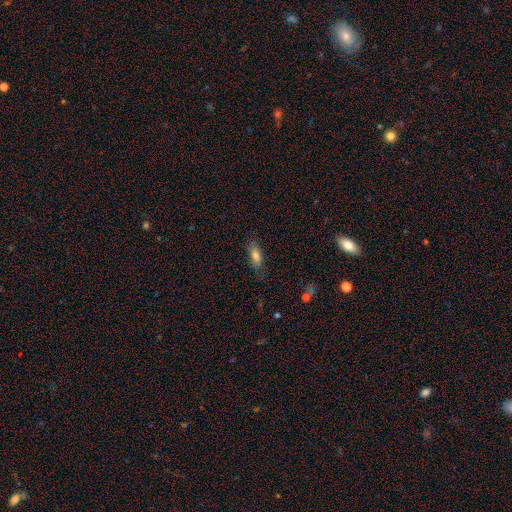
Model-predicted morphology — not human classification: This appears to be a smooth galaxy with no disk features (75%) that is in between round and cigar-shaped (71%). Merging: none (76%).